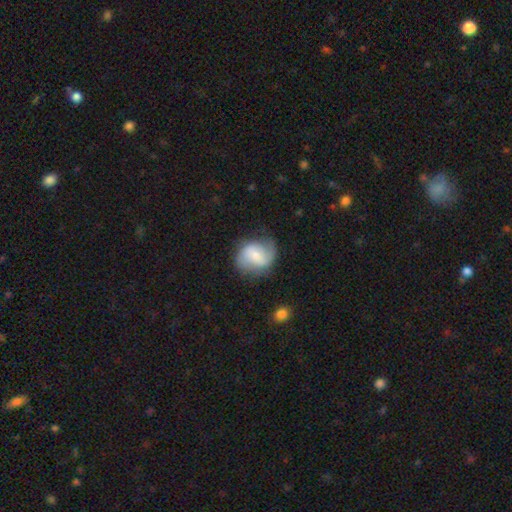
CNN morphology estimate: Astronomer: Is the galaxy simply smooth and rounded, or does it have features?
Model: featured or disk — 64%.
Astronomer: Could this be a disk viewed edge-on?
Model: no — 98%.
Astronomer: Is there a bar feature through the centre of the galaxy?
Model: weak — 45% (runner-up: no, 41%).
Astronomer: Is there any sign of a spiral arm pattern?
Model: yes — 88%.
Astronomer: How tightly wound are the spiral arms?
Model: medium — 42% (runner-up: loose, 40%).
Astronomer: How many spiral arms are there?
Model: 2 — 82%.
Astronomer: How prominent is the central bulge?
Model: small — 52% (runner-up: moderate, 41%).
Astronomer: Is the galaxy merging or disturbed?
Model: none — 69%.